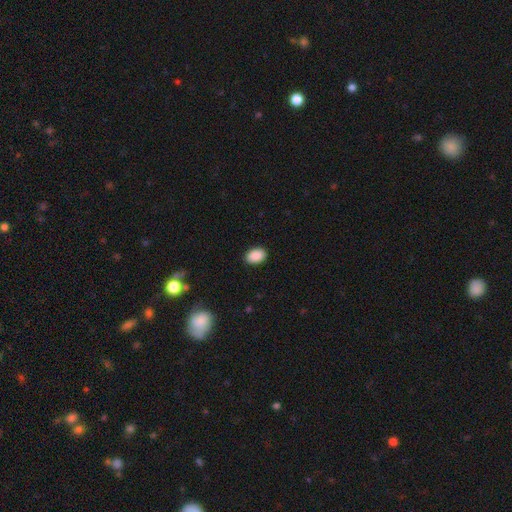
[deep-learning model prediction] Smooth or featured? smooth (90%)
How rounded? in between (84%)
Merging? none (89%)